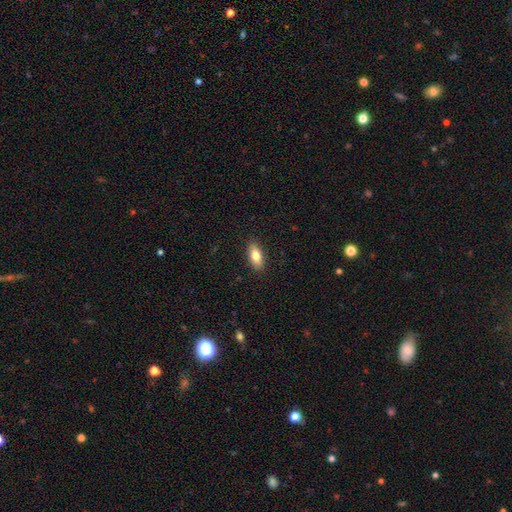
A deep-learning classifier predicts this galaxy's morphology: Smooth or featured?
  - smooth: 78% *
  - featured or disk: 15%
  - star or artifact: 7%
How rounded?
  - in between: 83% *
  - cigar-shaped: 14%
  - round: 3%
Merging?
  - none: 89% *
  - minor disturbance: 8%
  - major disturbance: 2%
  - merger: 1%